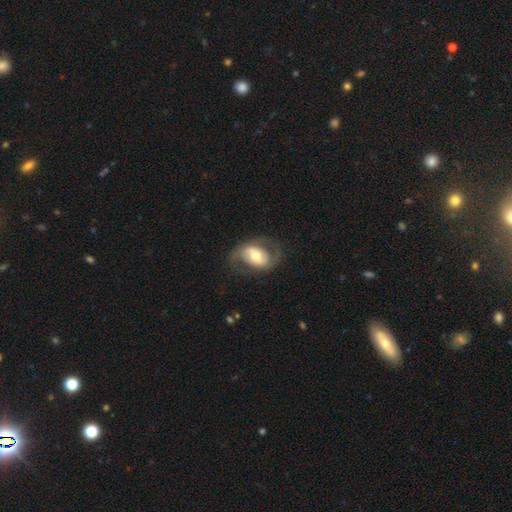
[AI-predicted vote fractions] Overall: featured or disk (65%; smooth 29%). Edge-on disk: no (95%). Bar: no (39%; weak 35%). Spiral arms: yes (71%). Bulge size: moderate (68%). Merging: none (67%).